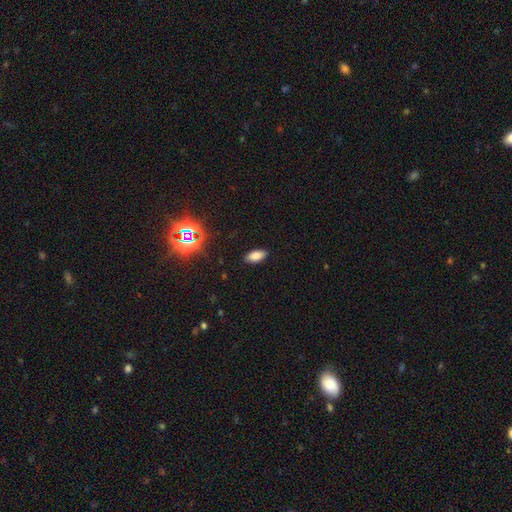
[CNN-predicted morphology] A smooth galaxy with no disk features (79%) that is in between round and cigar-shaped (89%).

Vote fractions:
- Smooth or featured? smooth: 79% / star or artifact: 14% / featured or disk: 7%
- How rounded? in between: 89% / cigar-shaped: 8% / round: 3%
- Merging? none: 88% / minor disturbance: 8% / major disturbance: 2% / merger: 1%